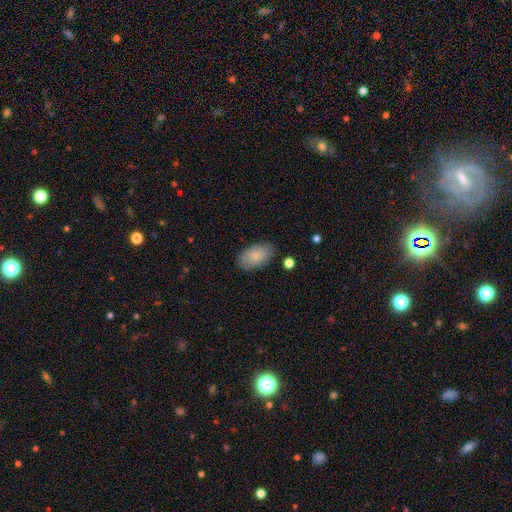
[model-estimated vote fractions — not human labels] This is clearly a smooth galaxy (81%). How rounded: clearly in between (94%). Merging: clearly none (82%).